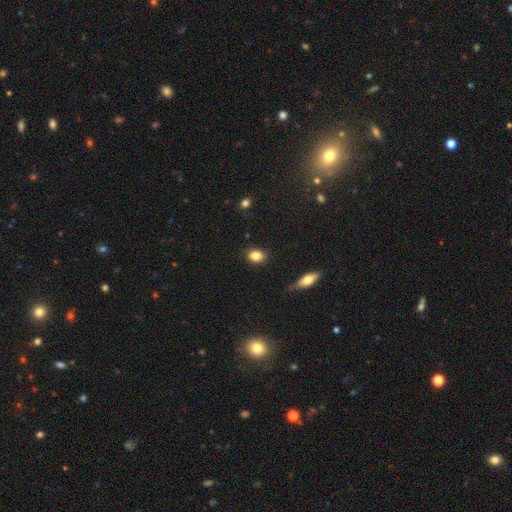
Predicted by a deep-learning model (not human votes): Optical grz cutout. It shows a smooth galaxy with no disk features (84%) that is in between round and cigar-shaped (61%). Merging: none (82%).